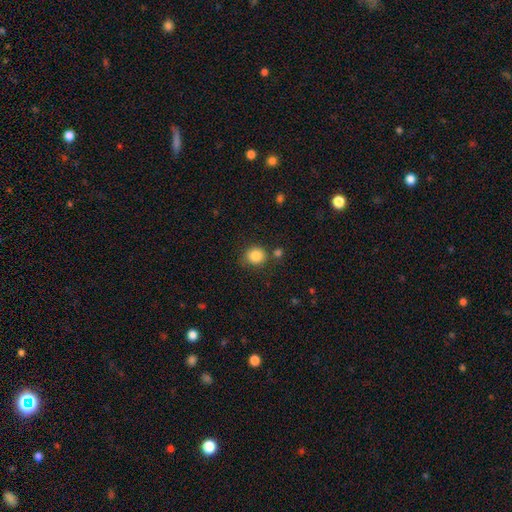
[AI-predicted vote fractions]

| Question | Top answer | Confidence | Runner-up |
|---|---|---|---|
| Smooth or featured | smooth | 85% | star or artifact (10%) |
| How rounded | round | 83% | in between (16%) |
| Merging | none | 76% | minor disturbance (12%) |